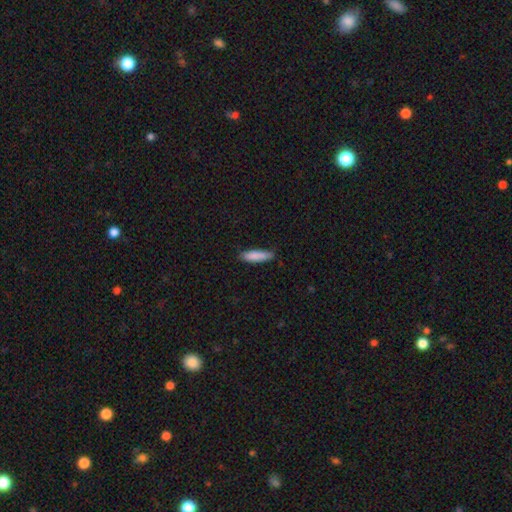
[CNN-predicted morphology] Smooth or featured?
  - smooth: 85% *
  - featured or disk: 9%
  - star or artifact: 6%
How rounded?
  - cigar-shaped: 68% *
  - in between: 30%
  - round: 1%
Merging?
  - none: 76% *
  - minor disturbance: 19%
  - major disturbance: 3%
  - merger: 1%